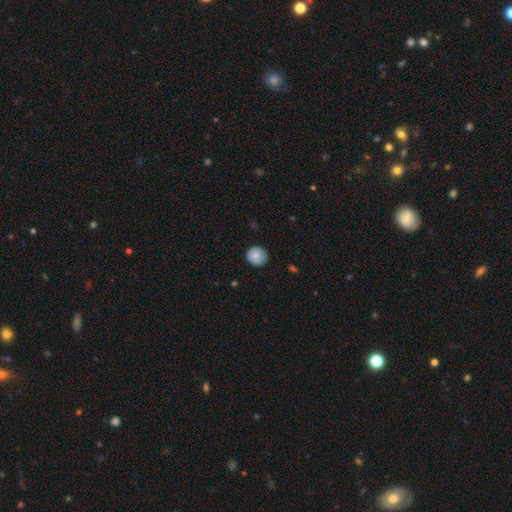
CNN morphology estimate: Smooth or featured? smooth (83%)
How rounded? round (89%)
Merging? none (83%)